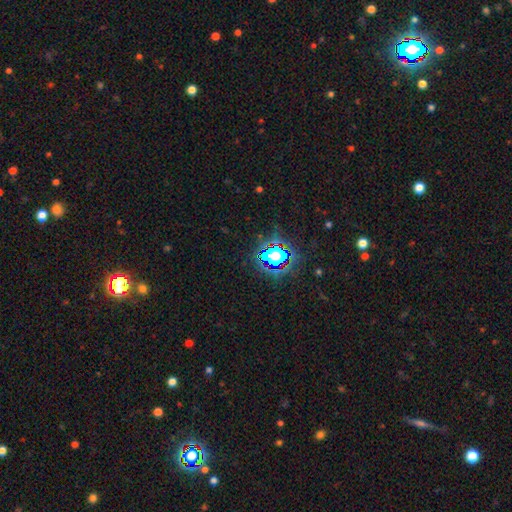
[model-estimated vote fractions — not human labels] Overall: star or artifact (82%).